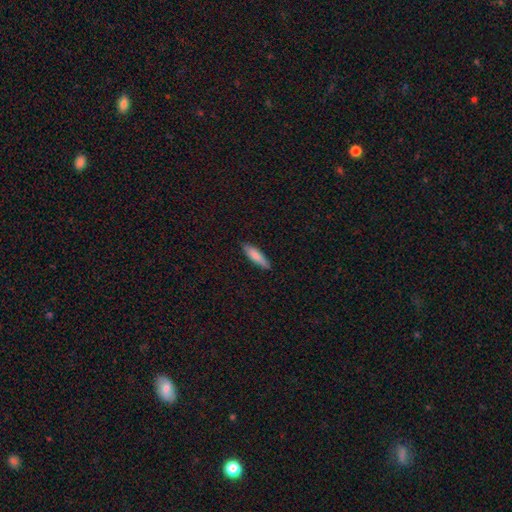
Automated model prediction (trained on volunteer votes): A smooth galaxy with no disk features (83%) that is cigar-shaped (73%). Merging: none (85%).